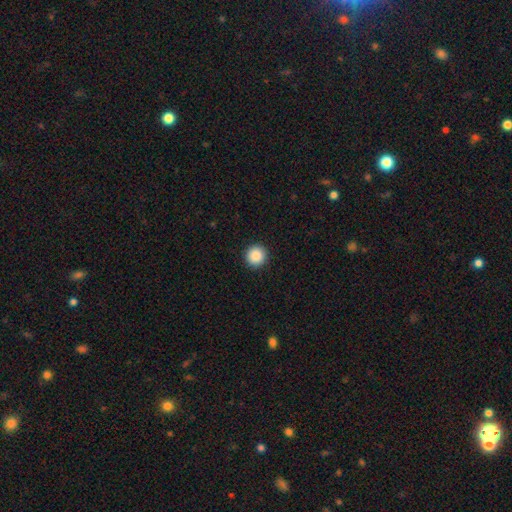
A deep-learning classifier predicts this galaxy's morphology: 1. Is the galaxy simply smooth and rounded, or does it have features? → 88% smooth, 9% star or artifact, 3% featured or disk.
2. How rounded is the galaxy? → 95% round, 4% in between, 1% cigar-shaped.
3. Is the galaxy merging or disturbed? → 93% none, 4% minor disturbance, 2% major disturbance, 1% merger.